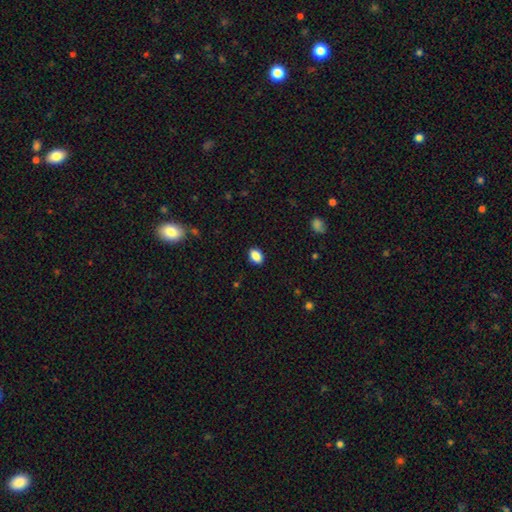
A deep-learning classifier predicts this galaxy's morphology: smooth_or_featured: smooth (p=0.88) [alt: star or artifact p=0.09]
how_rounded: in between (p=0.80) [alt: round p=0.19]
merging: none (p=0.88) [alt: minor disturbance p=0.08]